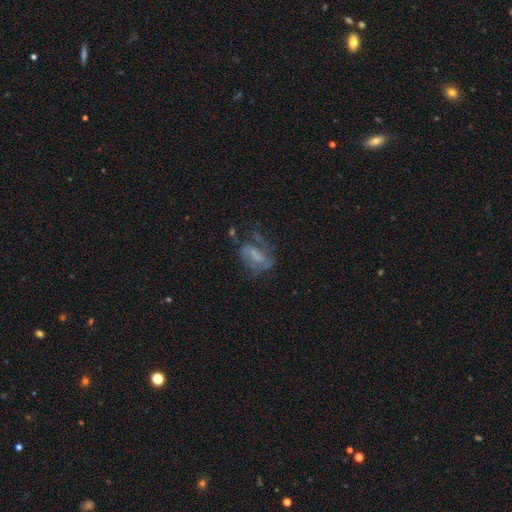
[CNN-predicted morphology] This appears to be a featured or disk galaxy (56%) with a weak bar (37%), spiral arms (54%) and no central bulge (45%). Merging: none (39%).